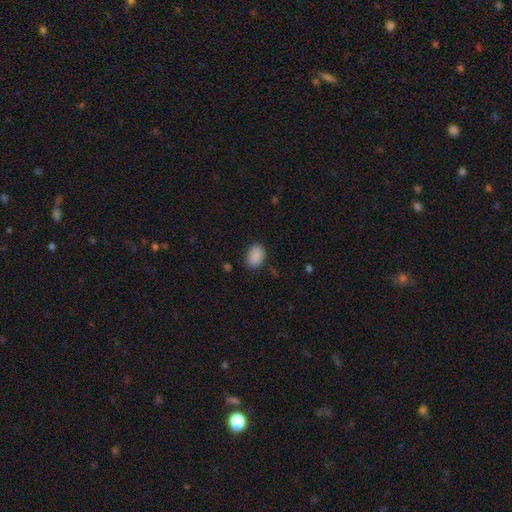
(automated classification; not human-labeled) smooth 88%, star or artifact 8%, featured or disk 4%. Down the decision tree: how rounded — in between (73%); merging — none (80%).